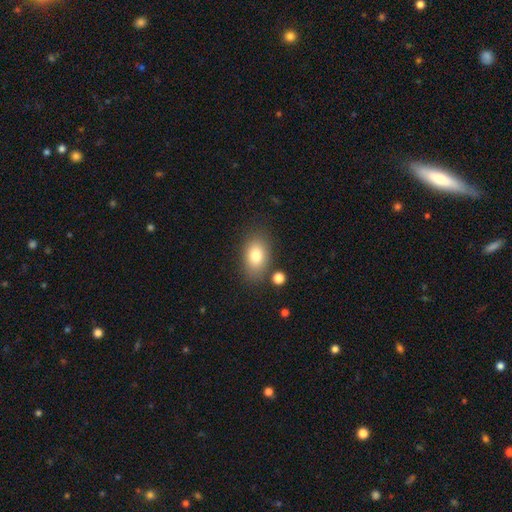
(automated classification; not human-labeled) smooth_or_featured: smooth (p=0.80) [alt: featured or disk p=0.11]
how_rounded: in between (p=0.83) [alt: round p=0.15]
merging: none (p=0.77) [alt: minor disturbance p=0.14]